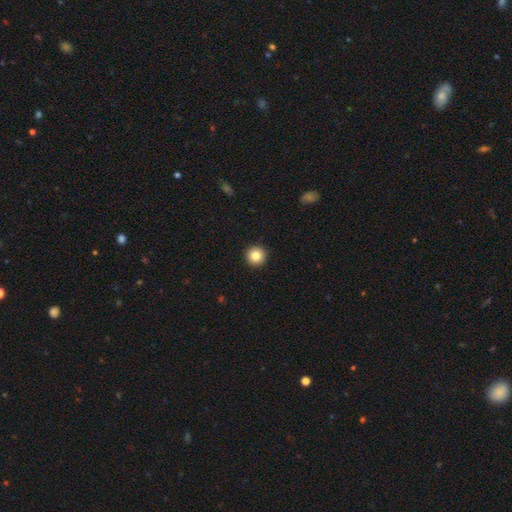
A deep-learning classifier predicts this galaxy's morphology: The model was most divided on "smooth or featured": smooth: 83%, star or artifact: 10%, featured or disk: 7%. More confident: how rounded — round (96%); merging — none (94%).